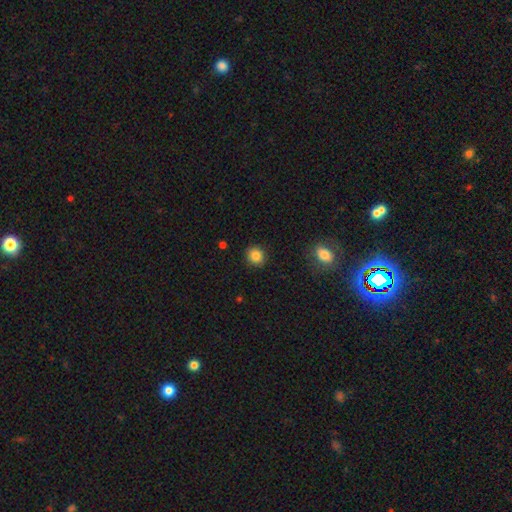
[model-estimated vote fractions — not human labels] A smooth galaxy with no disk features (85%) that is round (86%).

Vote fractions:
- Smooth or featured? smooth: 85% / star or artifact: 10% / featured or disk: 5%
- How rounded? round: 86% / in between: 13% / cigar-shaped: 1%
- Merging? none: 90% / minor disturbance: 7% / major disturbance: 2% / merger: 1%